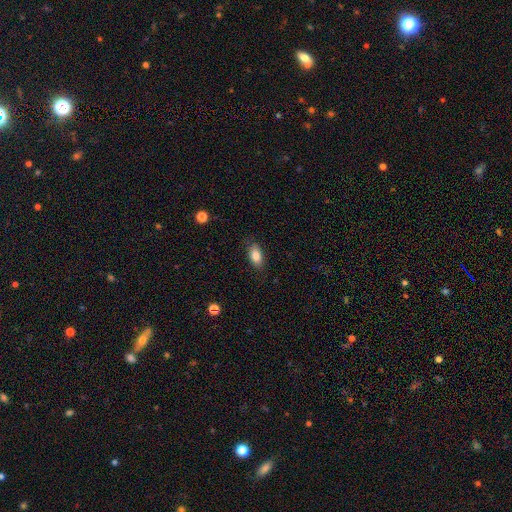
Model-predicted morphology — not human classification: Smooth or featured? Predicted: smooth (p=0.84). How rounded? Predicted: in between (p=0.91). Merging? Predicted: none (p=0.83).